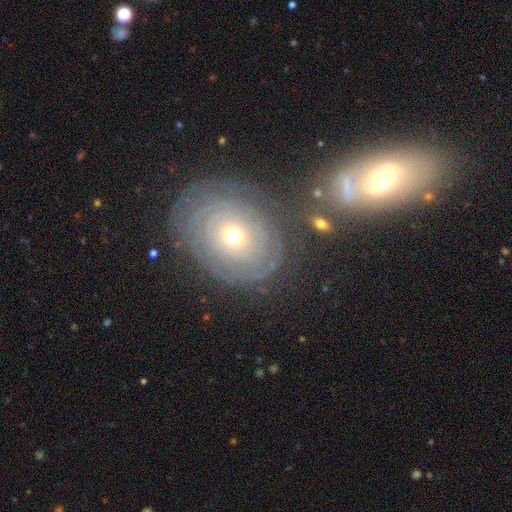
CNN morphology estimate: The model was most divided on "bulge size": moderate: 60%, small: 34%, large: 4%, dominant: 1%, none: 1%. More confident: edge-on disk — no (95%); spiral winding — tight (85%); bar — no (83%); spiral arms — yes (81%); smooth or featured — featured or disk (73%); merging — none (71%); spiral arm count — can't tell (51%).